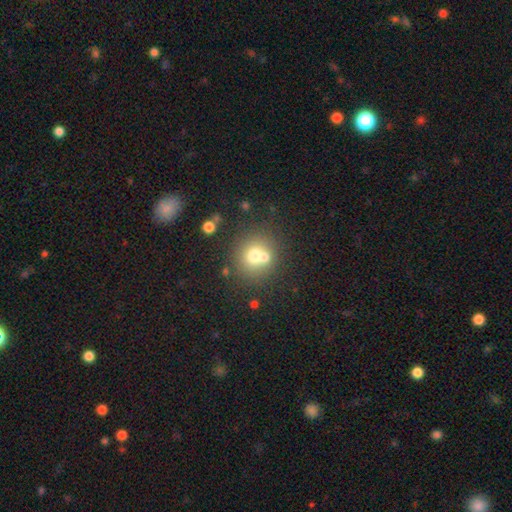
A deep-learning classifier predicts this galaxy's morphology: smooth-or-featured: smooth: 67% | featured or disk: 20% | star or artifact: 14%
  how-rounded: round: 84% | in between: 15% | cigar-shaped: 1%
  merging: none: 52% | merger: 36% | minor disturbance: 9% | major disturbance: 4%